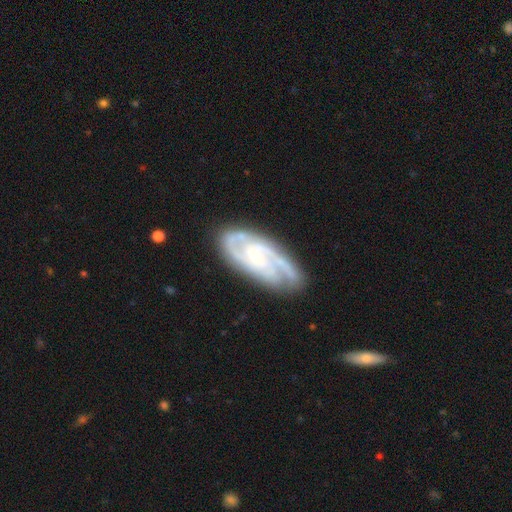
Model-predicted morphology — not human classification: Overall: featured or disk (88%). Edge-on disk: no (95%). Bar: no (60%; weak 32%). Spiral arms: yes (97%). Spiral arm count: 2 (42%; 3 28%). Spiral winding: tight (54%; medium 39%). Bulge size: small (75%). Merging: none (76%).